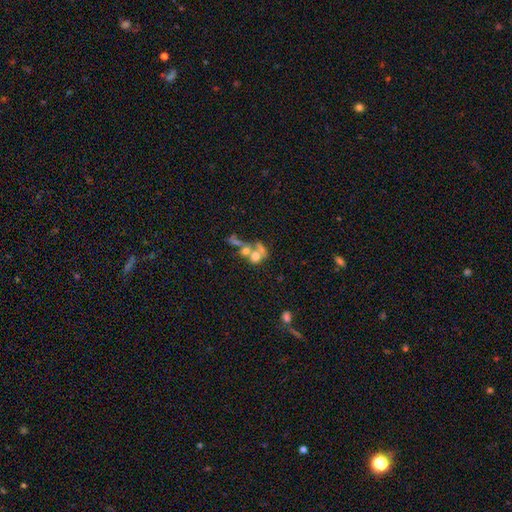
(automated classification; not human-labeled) Smooth or featured? smooth (55%)
How rounded? round (58%)
Merging? merger (58%)